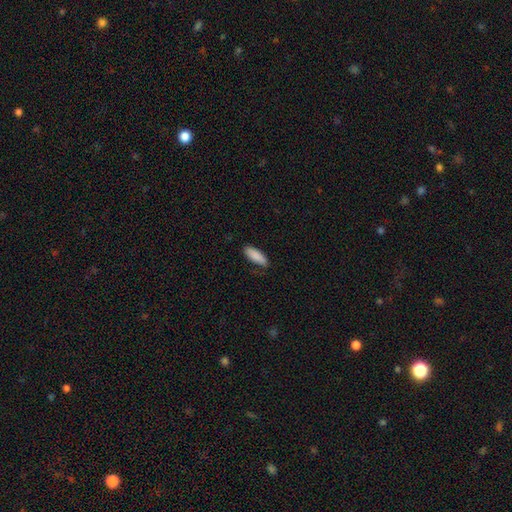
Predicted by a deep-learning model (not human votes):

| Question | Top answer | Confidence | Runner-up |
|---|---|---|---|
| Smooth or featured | smooth | 89% | star or artifact (6%) |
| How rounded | in between | 64% | cigar-shaped (34%) |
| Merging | none | 78% | minor disturbance (18%) |